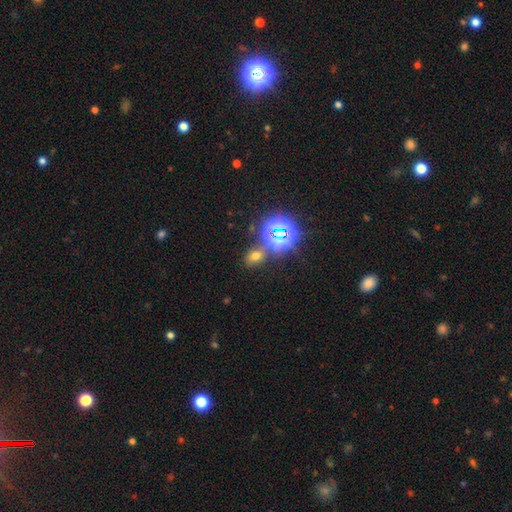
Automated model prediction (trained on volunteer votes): Q: Smooth or featured?
A: smooth (49%); runner-up: star or artifact (41%)
Q: Merging?
A: none (73%); runner-up: minor disturbance (12%)